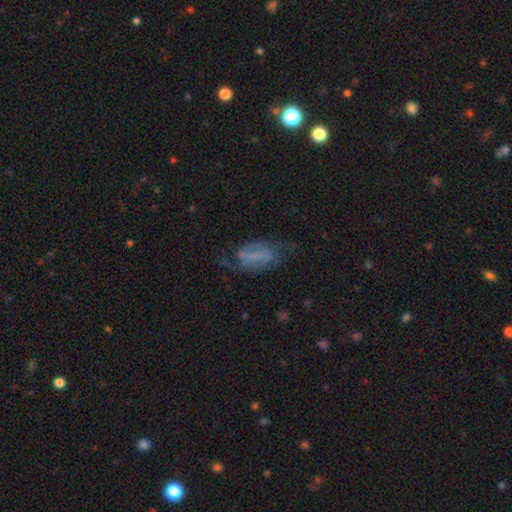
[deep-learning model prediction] Morphology: type=featured or disk (55%); edge-on=no (93%); bar=weak (37%); spiral arms=yes (75%); bulge=none (61%); merging=none (53%).